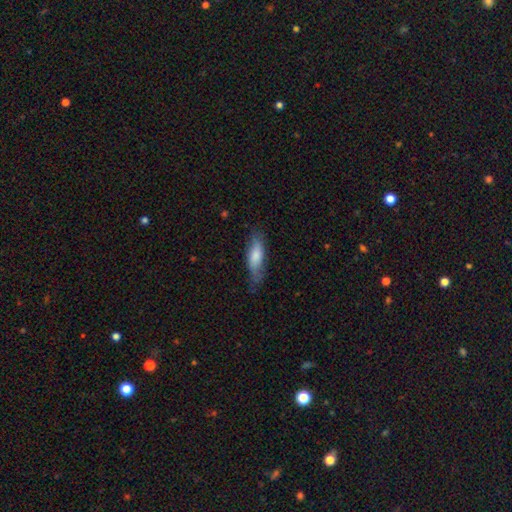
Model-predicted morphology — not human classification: Smooth or featured?
  - smooth: 71% *
  - featured or disk: 23%
  - star or artifact: 6%
How rounded?
  - in between: 55% *
  - cigar-shaped: 43%
  - round: 2%
Merging?
  - none: 59% *
  - minor disturbance: 30%
  - major disturbance: 9%
  - merger: 2%